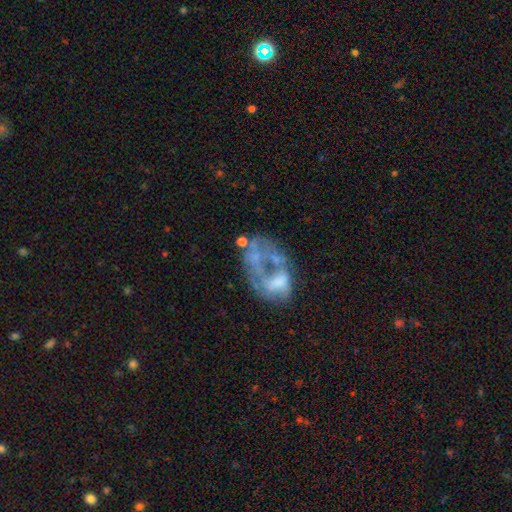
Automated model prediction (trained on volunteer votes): Overall: featured or disk (60%; smooth 27%). Edge-on disk: no (98%). Bar: no (87%). Spiral arms: no (88%). Bulge size: none (64%). Merging: major disturbance (38%; merger 28%).